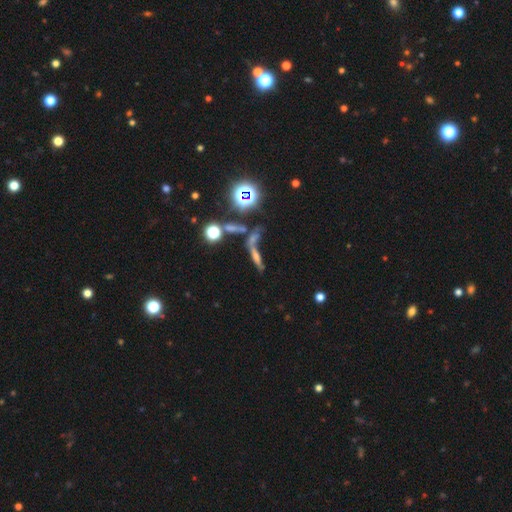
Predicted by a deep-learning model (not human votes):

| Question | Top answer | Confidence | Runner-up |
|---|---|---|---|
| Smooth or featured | star or artifact | 37% | smooth (32%) |